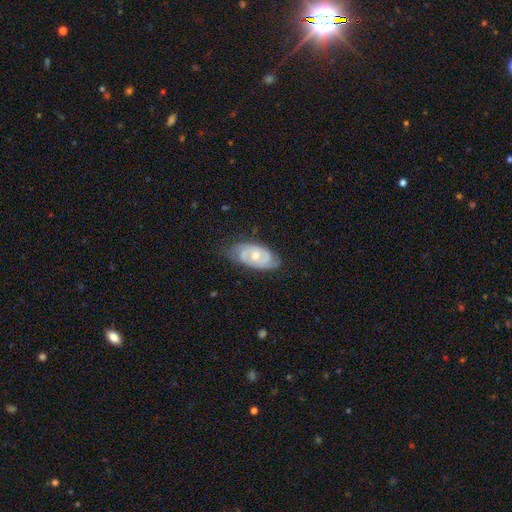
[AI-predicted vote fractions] featured or disk 81%, smooth 13%, star or artifact 5%. Down the decision tree: edge-on disk — no (95%); bar — no (68%); spiral arms — yes (94%); spiral arm count — 2 (68%); spiral winding — tight (62%); bulge size — moderate (62%); merging — none (72%).